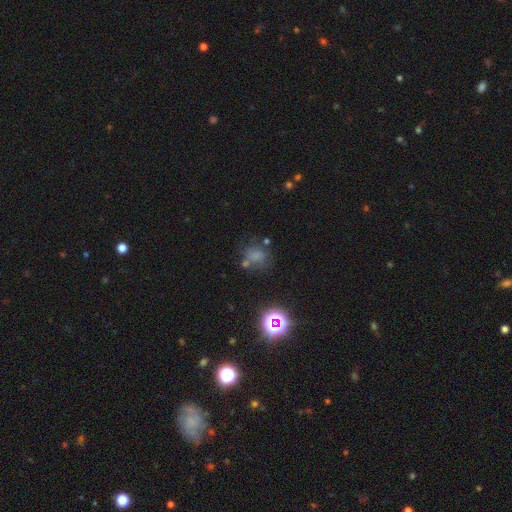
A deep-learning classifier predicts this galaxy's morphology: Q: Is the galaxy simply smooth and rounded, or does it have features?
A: smooth — 57%.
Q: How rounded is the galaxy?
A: round — 57%.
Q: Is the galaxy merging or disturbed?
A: none — 51%.